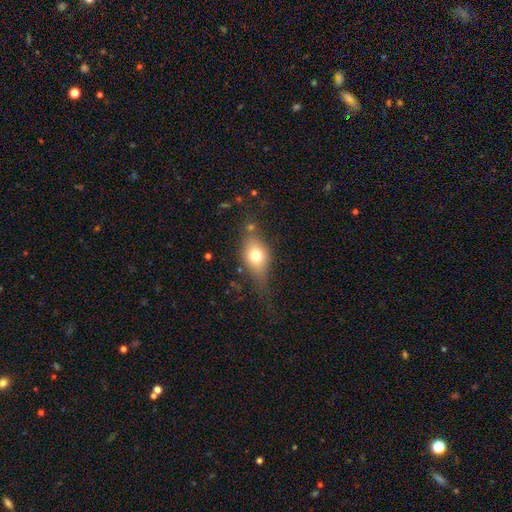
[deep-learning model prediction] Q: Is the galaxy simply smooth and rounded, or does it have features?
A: smooth — 69%.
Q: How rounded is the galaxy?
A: in between — 69%.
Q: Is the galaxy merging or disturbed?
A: none — 57%.